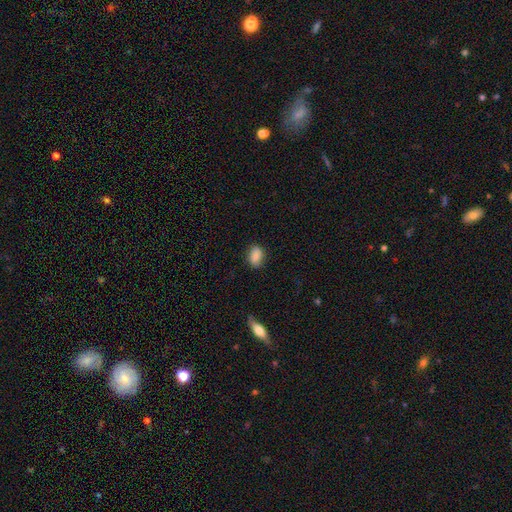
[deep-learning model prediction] Smooth or featured? Predicted: smooth (p=0.86). How rounded? Predicted: in between (p=0.85). Merging? Predicted: none (p=0.77).